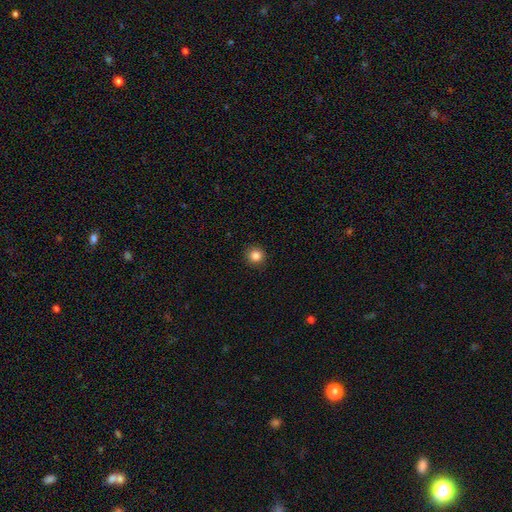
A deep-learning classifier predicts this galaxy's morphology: Smooth or featured? smooth (85%)
How rounded? round (94%)
Merging? none (91%)